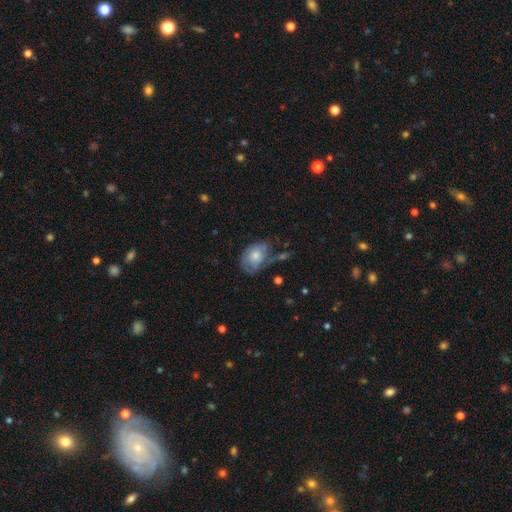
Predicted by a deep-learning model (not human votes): Overall: smooth (58%; featured or disk 35%). How rounded: in between (77%). Merging: none (38%; minor disturbance 32%).